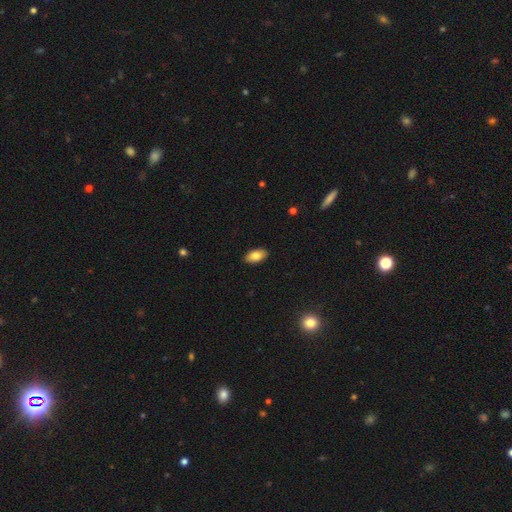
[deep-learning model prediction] smooth_or_featured: smooth (p=0.83) [alt: featured or disk p=0.10]
how_rounded: in between (p=0.94) [alt: cigar-shaped p=0.03]
merging: none (p=0.89) [alt: minor disturbance p=0.08]